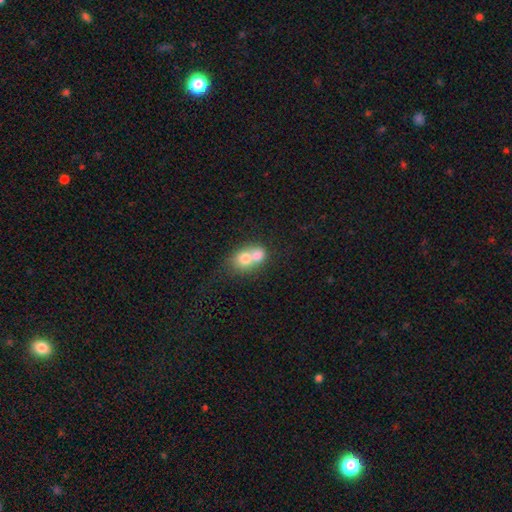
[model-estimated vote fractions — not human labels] Overall: smooth (69%). How rounded: round (61%; in between 38%). Merging: merger (74%).